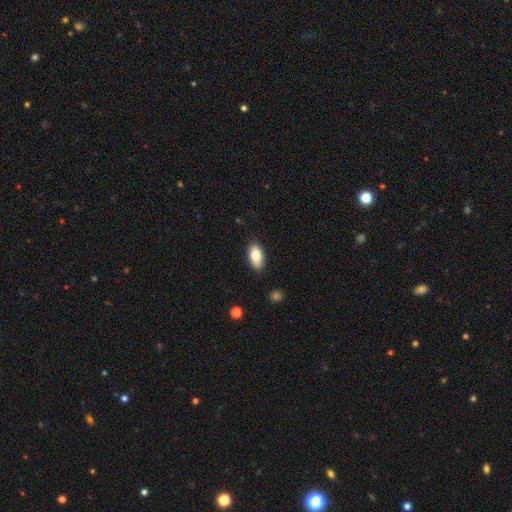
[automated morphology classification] smooth 84%, featured or disk 10%, star or artifact 7%. Down the decision tree: how rounded — in between (92%); merging — none (87%).